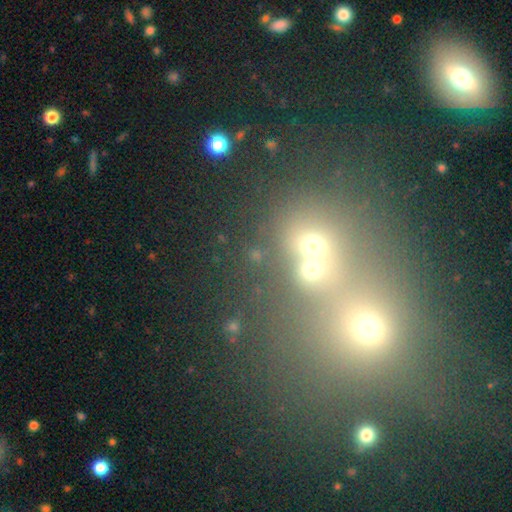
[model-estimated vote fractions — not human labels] smooth 52%, star or artifact 35%, featured or disk 13%. Down the decision tree: how rounded — round (75%); merging — merger (45%).